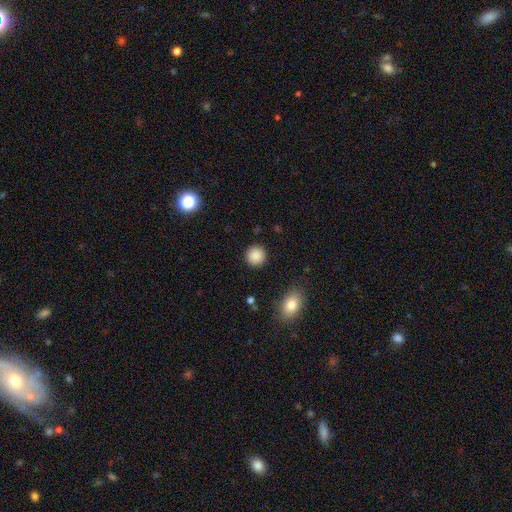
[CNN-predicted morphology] This is clearly a smooth galaxy (88%). How rounded: clearly round (93%). Merging: clearly none (91%).